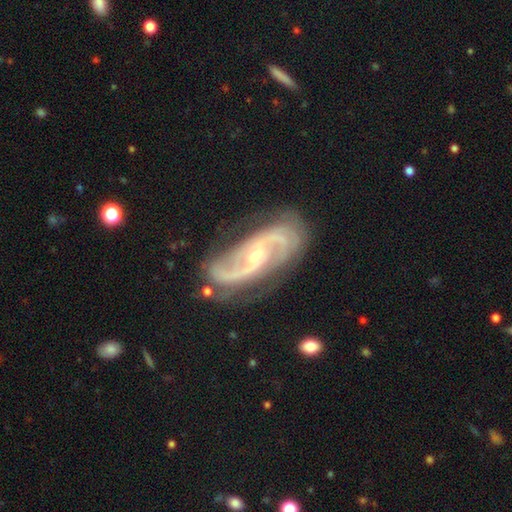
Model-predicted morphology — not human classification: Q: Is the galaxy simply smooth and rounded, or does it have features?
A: featured or disk — 90%.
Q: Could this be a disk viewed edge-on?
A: no — 95%.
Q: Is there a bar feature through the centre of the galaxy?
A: no — 49%.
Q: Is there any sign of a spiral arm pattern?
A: yes — 97%.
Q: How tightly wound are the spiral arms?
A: medium — 50%.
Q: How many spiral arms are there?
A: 2 — 84%.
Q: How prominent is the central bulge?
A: small — 67%.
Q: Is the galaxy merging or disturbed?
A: none — 73%.